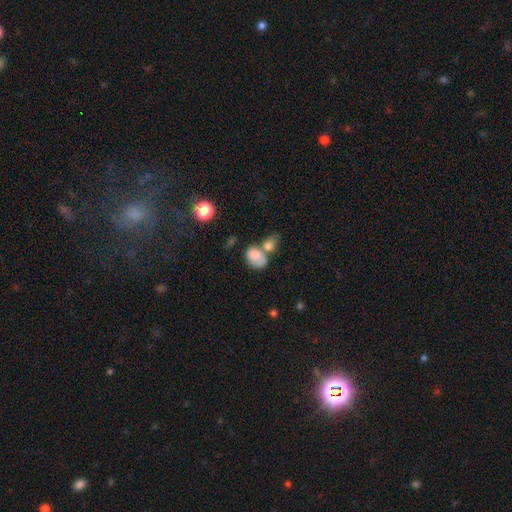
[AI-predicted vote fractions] A smooth galaxy with no disk features (78%) that is in between round and cigar-shaped (72%).

Vote fractions:
- Smooth or featured? smooth: 78% / featured or disk: 14% / star or artifact: 8%
- How rounded? in between: 72% / round: 27% / cigar-shaped: 1%
- Merging? merger: 53% / none: 27% / minor disturbance: 13% / major disturbance: 8%